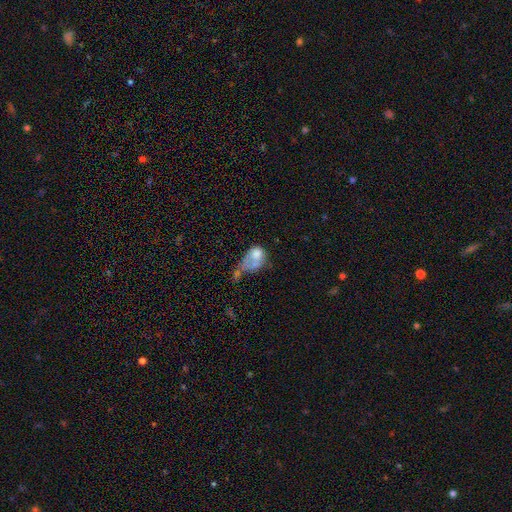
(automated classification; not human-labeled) Smooth or featured: smooth — 59% (featured or disk — 31%)
How rounded: in between — 69% (round — 29%)
Merging: merger — 38% (major disturbance — 34%)